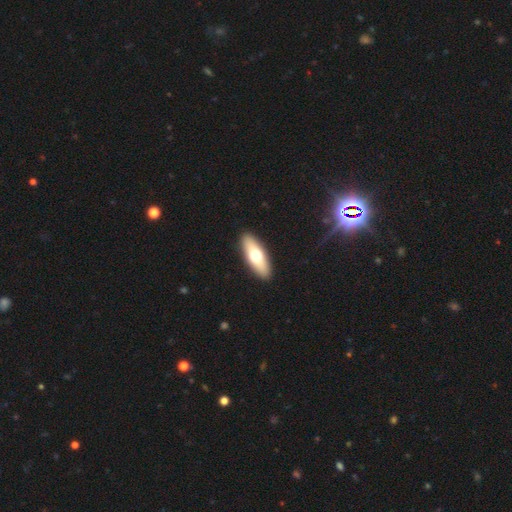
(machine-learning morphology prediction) This appears to be a smooth galaxy with no disk features (63%) that is in between round and cigar-shaped (61%). Merging: none (91%).